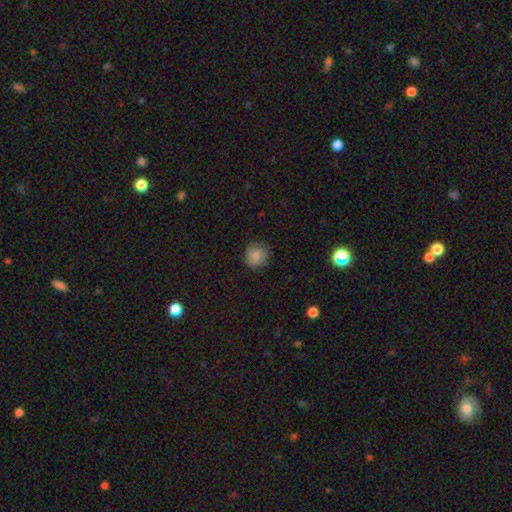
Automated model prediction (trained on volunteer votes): Morphology: type=smooth (83%); roundness=round (85%); merging=none (80%).